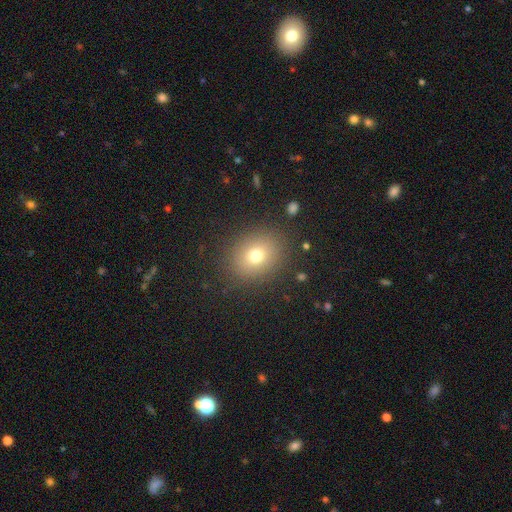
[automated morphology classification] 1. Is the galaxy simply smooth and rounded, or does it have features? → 74% smooth, 14% star or artifact, 12% featured or disk.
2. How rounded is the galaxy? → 60% round, 39% in between, 1% cigar-shaped.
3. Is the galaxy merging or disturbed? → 86% none, 8% minor disturbance, 4% major disturbance, 1% merger.